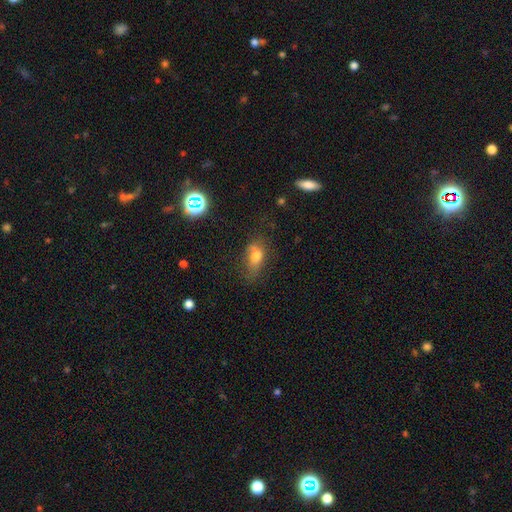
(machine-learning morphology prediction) This appears to be a smooth galaxy with no disk features (69%) that is in between round and cigar-shaped (77%). Merging: none (50%).